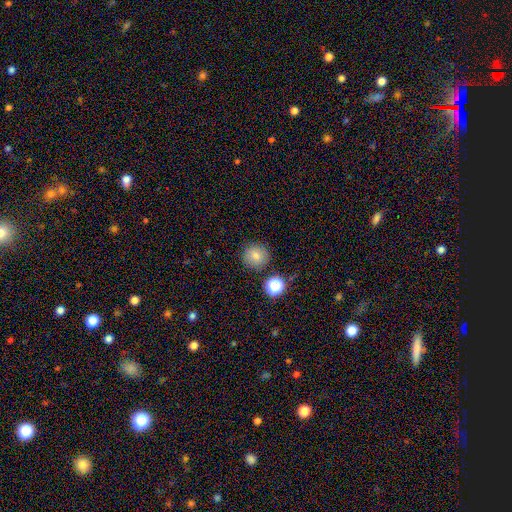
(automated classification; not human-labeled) Smooth or featured? Predicted: smooth (p=0.78). How rounded? Predicted: round (p=0.92). Merging? Predicted: none (p=0.84).